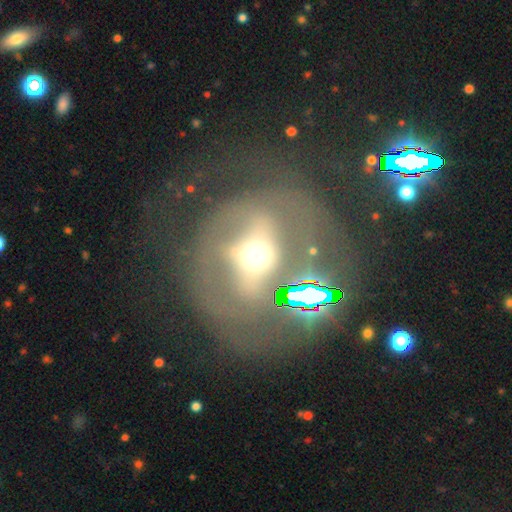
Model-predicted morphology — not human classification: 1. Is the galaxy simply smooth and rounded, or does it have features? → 56% featured or disk, 27% smooth, 17% star or artifact.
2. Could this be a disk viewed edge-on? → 88% no, 12% yes.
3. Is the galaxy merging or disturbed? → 55% none, 24% major disturbance, 15% minor disturbance, 7% merger.